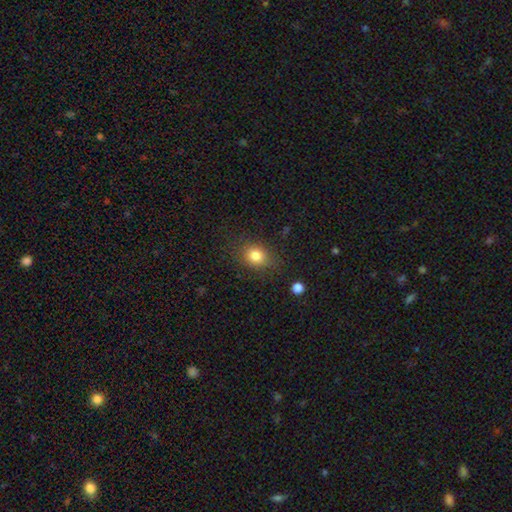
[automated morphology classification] smooth-or-featured: smooth: 81% | star or artifact: 11% | featured or disk: 7%
  how-rounded: round: 60% | in between: 38% | cigar-shaped: 1%
  merging: none: 80% | minor disturbance: 13% | major disturbance: 5% | merger: 2%